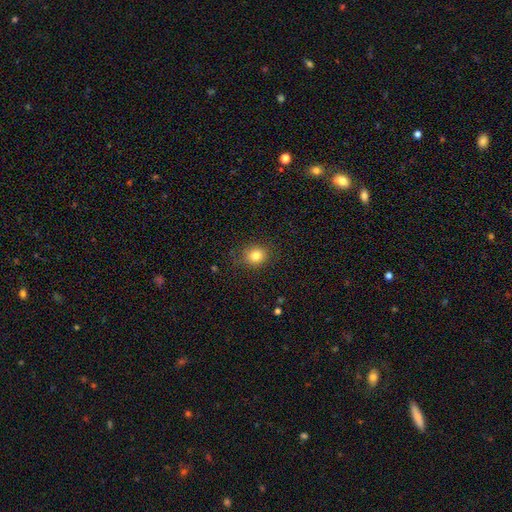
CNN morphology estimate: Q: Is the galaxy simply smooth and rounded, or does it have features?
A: smooth — 81%.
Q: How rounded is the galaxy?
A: round — 70%.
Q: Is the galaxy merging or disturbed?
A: none — 85%.